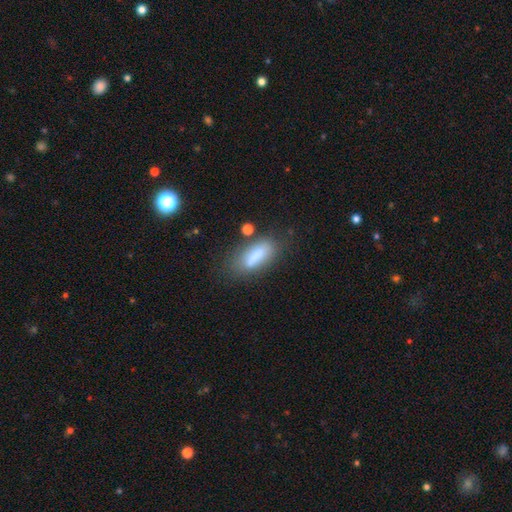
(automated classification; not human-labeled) Smooth or featured: smooth — 75% (featured or disk — 15%)
How rounded: in between — 62% (cigar-shaped — 35%)
Merging: none — 63% (minor disturbance — 20%)